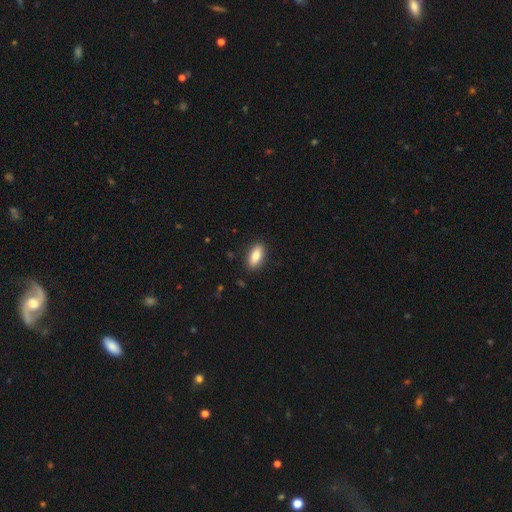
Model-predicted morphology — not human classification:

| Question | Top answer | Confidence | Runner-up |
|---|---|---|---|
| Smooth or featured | smooth | 85% | featured or disk (9%) |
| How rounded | in between | 85% | cigar-shaped (12%) |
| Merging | none | 89% | minor disturbance (8%) |